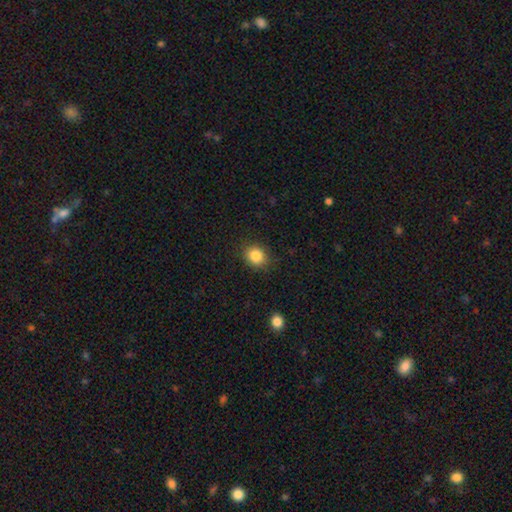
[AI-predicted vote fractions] This is clearly a smooth galaxy (85%). How rounded: likely round (72%). Merging: clearly none (88%).